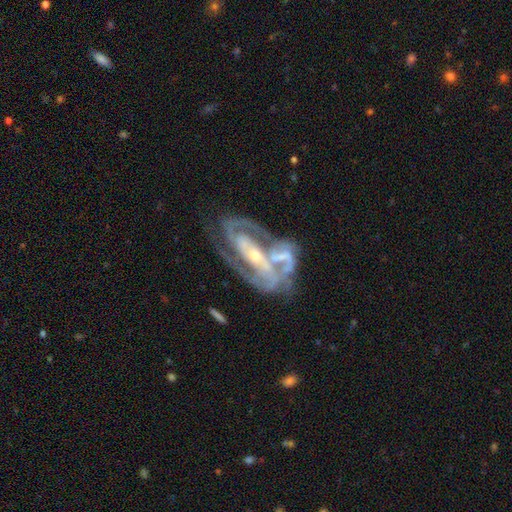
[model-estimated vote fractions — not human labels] Smooth or featured? Predicted: featured or disk (p=0.88). Edge-on disk? Predicted: no (p=0.94). Bar? Predicted: strong (p=0.47). Spiral arms? Predicted: yes (p=0.93). Spiral winding? Predicted: tight (p=0.43). Spiral arm count? Predicted: 2 (p=0.57). Bulge size? Predicted: small (p=0.60). Merging? Predicted: merger (p=0.39).